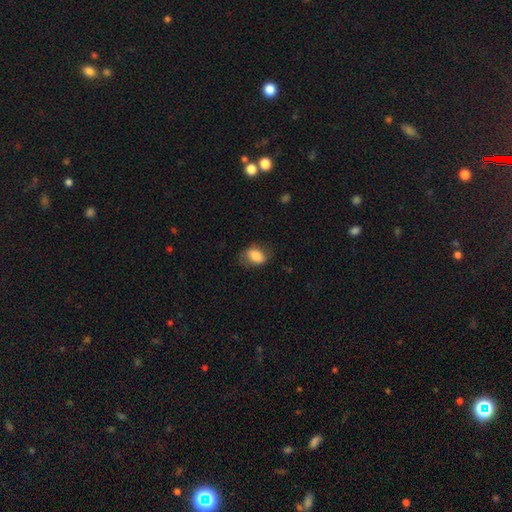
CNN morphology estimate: Smooth or featured?
  - smooth: 78% *
  - featured or disk: 15%
  - star or artifact: 8%
How rounded?
  - in between: 78% *
  - round: 20%
  - cigar-shaped: 2%
Merging?
  - none: 63% *
  - minor disturbance: 24%
  - major disturbance: 11%
  - merger: 1%